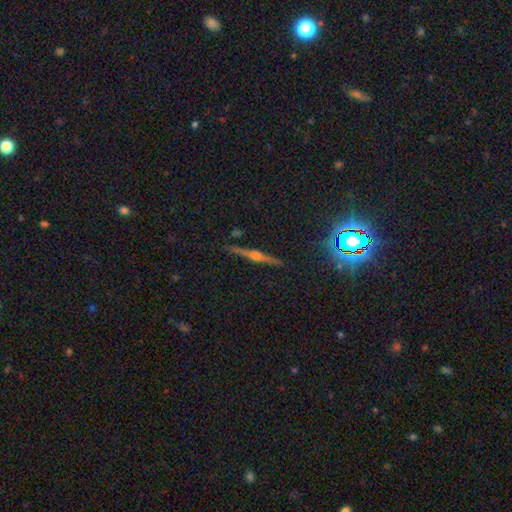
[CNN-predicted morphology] A featured or disk galaxy (76%) viewed edge-on (98%) with a rounded central bulge (91%).

Vote fractions:
- Smooth or featured? featured or disk: 76% / star or artifact: 13% / smooth: 11%
- Edge-on disk? yes: 98% / no: 2%
- Edge-on bulge? rounded: 91% / boxy: 5% / none: 4%
- Merging? none: 90% / minor disturbance: 7% / major disturbance: 2% / merger: 1%